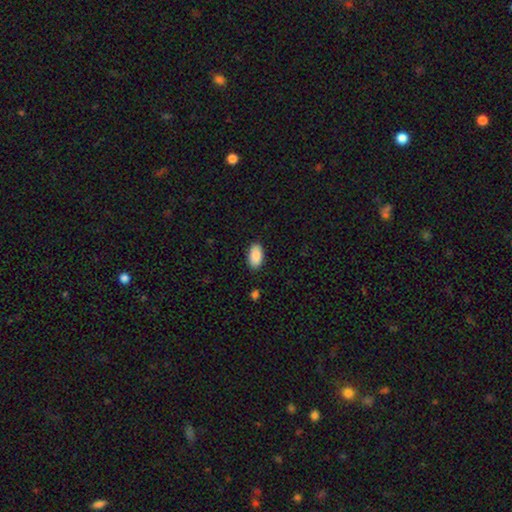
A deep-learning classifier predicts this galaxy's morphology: smooth 89%, star or artifact 6%, featured or disk 5%. Down the decision tree: how rounded — in between (95%); merging — none (88%).